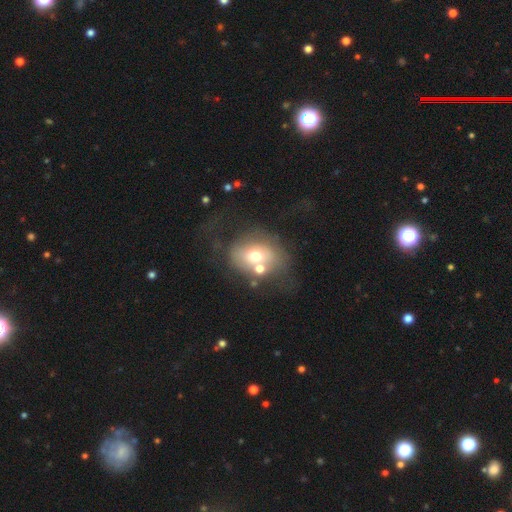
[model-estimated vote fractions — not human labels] Smooth or featured? Predicted: smooth (p=0.53). How rounded? Predicted: round (p=0.54). Merging? Predicted: none (p=0.38).